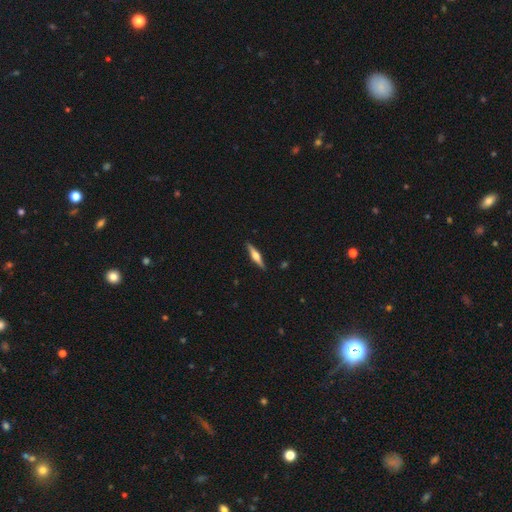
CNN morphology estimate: Q: Smooth or featured?
A: featured or disk (67%); runner-up: smooth (28%)
Q: Edge-on disk?
A: yes (98%); runner-up: no (2%)
Q: Edge-on bulge?
A: rounded (91%); runner-up: boxy (6%)
Q: Merging?
A: none (90%); runner-up: minor disturbance (7%)